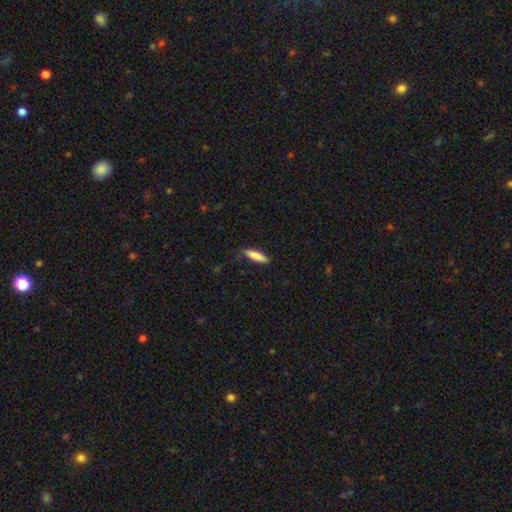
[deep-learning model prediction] A smooth galaxy with no disk features (83%) that is cigar-shaped (71%). Merging: none (75%).